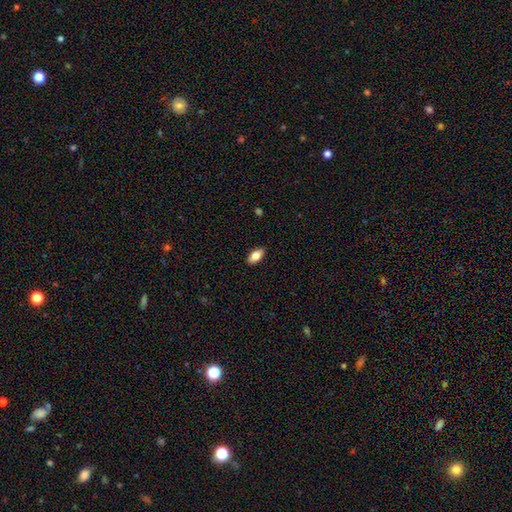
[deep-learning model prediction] A smooth galaxy with no disk features (79%) that is in between round and cigar-shaped (90%).

Vote fractions:
- Smooth or featured? smooth: 79% / featured or disk: 14% / star or artifact: 7%
- How rounded? in between: 90% / cigar-shaped: 7% / round: 4%
- Merging? none: 88% / minor disturbance: 9% / major disturbance: 2% / merger: 1%